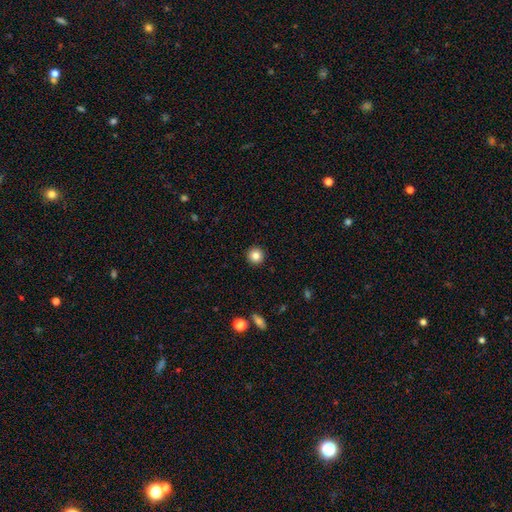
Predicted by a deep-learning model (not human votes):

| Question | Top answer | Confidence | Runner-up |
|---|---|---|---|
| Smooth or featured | smooth | 84% | star or artifact (10%) |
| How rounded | round | 96% | in between (3%) |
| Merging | none | 93% | minor disturbance (4%) |